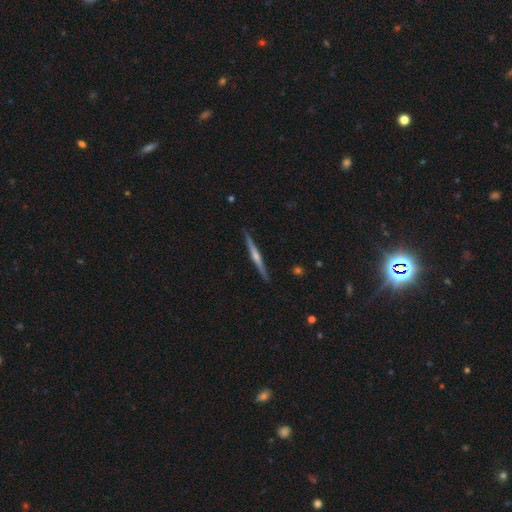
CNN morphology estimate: smooth-or-featured: featured or disk: 78% | smooth: 17% | star or artifact: 6%
  disk-edge-on: yes: 98% | no: 2%
    edge-on-bulge: rounded: 79% | none: 14% | boxy: 7%
  merging: none: 92% | minor disturbance: 6% | major disturbance: 1% | merger: 1%